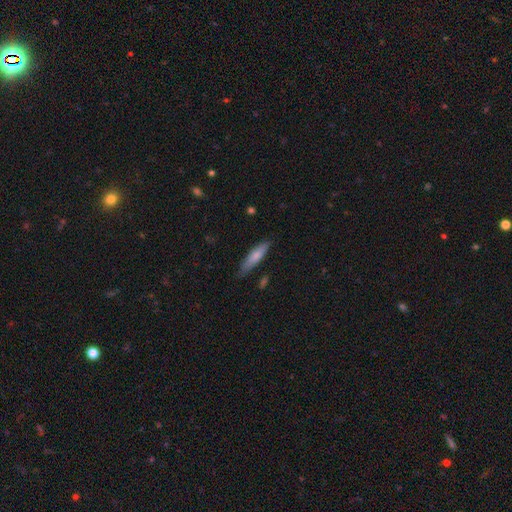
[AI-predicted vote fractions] smooth 73%, featured or disk 22%, star or artifact 6%. Down the decision tree: how rounded — cigar-shaped (74%); merging — none (76%).